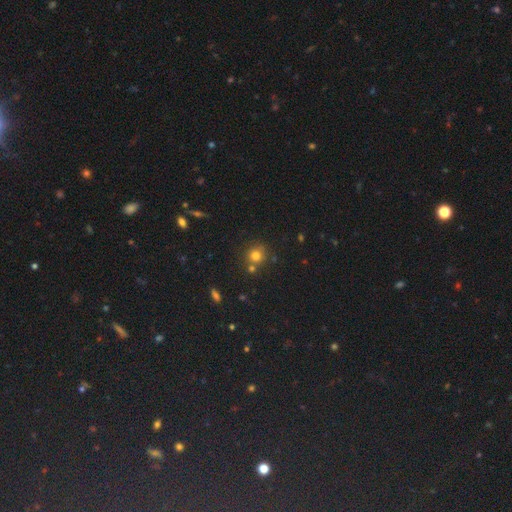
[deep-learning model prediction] smooth_or_featured: smooth (p=0.76) [alt: star or artifact p=0.16]
how_rounded: round (p=0.89) [alt: in between p=0.10]
merging: none (p=0.69) [alt: merger p=0.18]